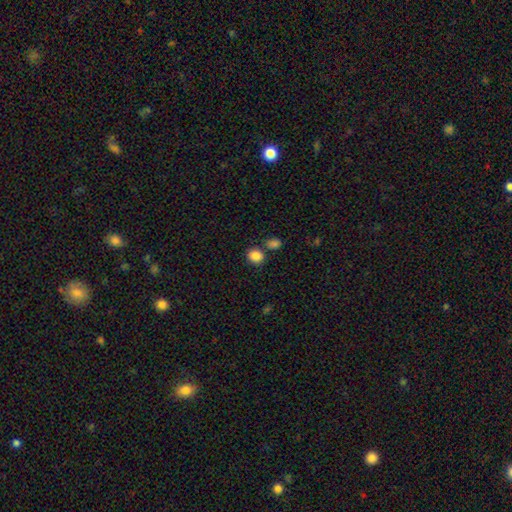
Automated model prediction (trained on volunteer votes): Q: Smooth or featured?
A: smooth (86%); runner-up: star or artifact (10%)
Q: How rounded?
A: round (73%); runner-up: in between (26%)
Q: Merging?
A: none (70%); runner-up: merger (16%)